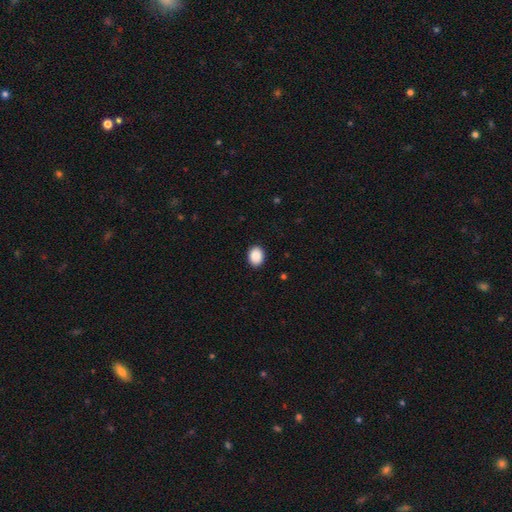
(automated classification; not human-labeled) Smooth or featured? Predicted: smooth (p=0.88). How rounded? Predicted: in between (p=0.61). Merging? Predicted: none (p=0.91).